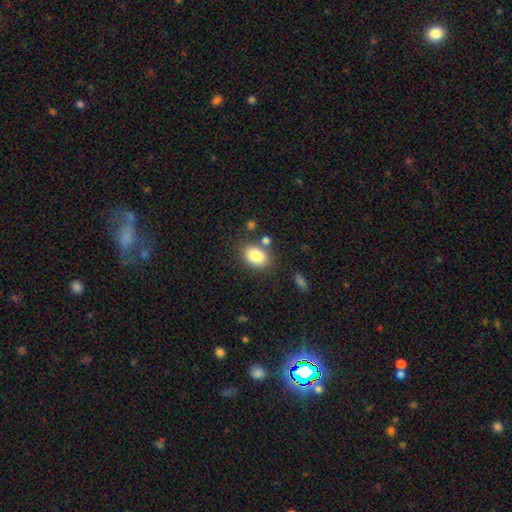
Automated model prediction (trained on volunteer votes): This is clearly a smooth galaxy (85%). How rounded: likely in between (75%). Merging: likely none (74%).